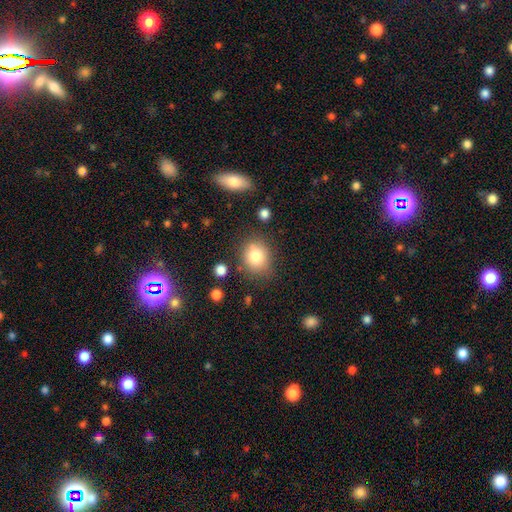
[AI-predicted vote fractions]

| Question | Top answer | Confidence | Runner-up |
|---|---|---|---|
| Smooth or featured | smooth | 80% | star or artifact (10%) |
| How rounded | round | 66% | in between (33%) |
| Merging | none | 74% | minor disturbance (15%) |